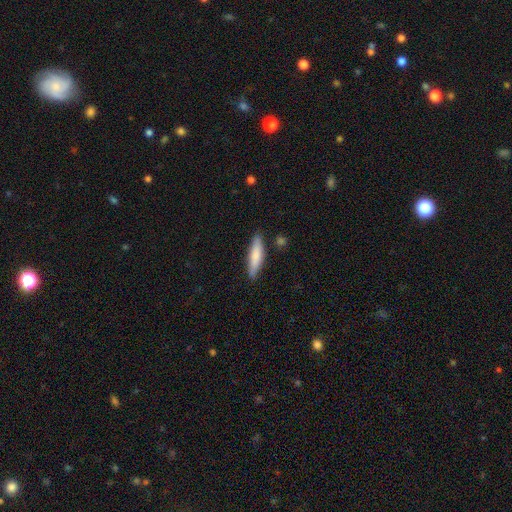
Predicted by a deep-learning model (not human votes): A smooth galaxy with no disk features (77%) that is cigar-shaped (75%).

Vote fractions:
- Smooth or featured? smooth: 77% / featured or disk: 18% / star or artifact: 5%
- How rounded? cigar-shaped: 75% / in between: 24% / round: 2%
- Merging? none: 83% / minor disturbance: 13% / merger: 2% / major disturbance: 2%